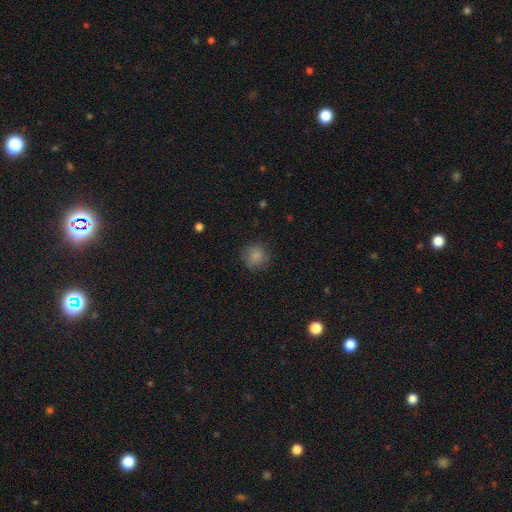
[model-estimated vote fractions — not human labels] Smooth or featured?
  - smooth: 85% *
  - star or artifact: 9%
  - featured or disk: 6%
How rounded?
  - round: 92% *
  - in between: 7%
  - cigar-shaped: 1%
Merging?
  - none: 83% *
  - minor disturbance: 12%
  - major disturbance: 4%
  - merger: 1%